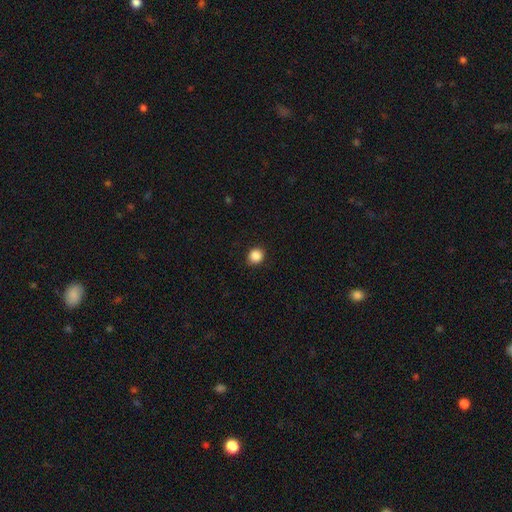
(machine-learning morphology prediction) This appears to be a smooth galaxy with no disk features (87%) that is round (84%). Merging: none (89%).